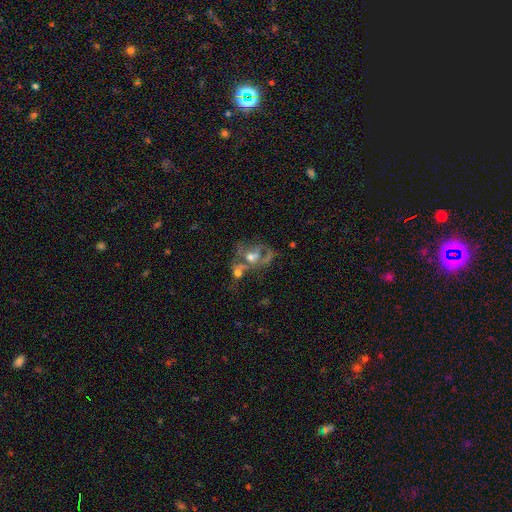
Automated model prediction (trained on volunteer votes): This is likely a featured or disk galaxy (66%). It is clearly not viewed edge-on (96%). Bar: likely no (69%). Spiral arm pattern: possibly yes (60%). Central bulge: possibly moderate (58%). Merging: marginally merger (42%).